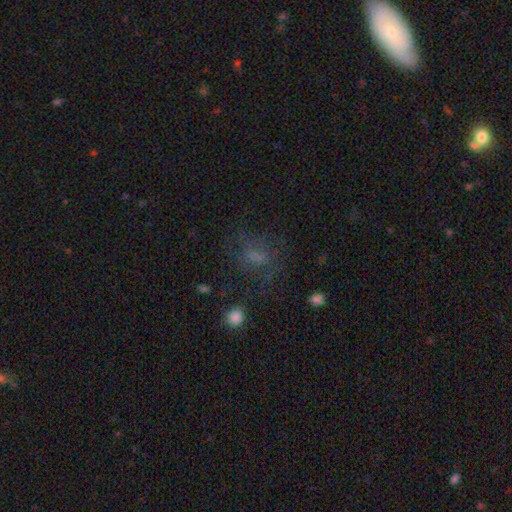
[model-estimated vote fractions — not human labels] Q: Smooth or featured?
A: smooth (54%); runner-up: featured or disk (23%)
Q: How rounded?
A: in between (57%); runner-up: round (38%)
Q: Merging?
A: none (56%); runner-up: major disturbance (22%)